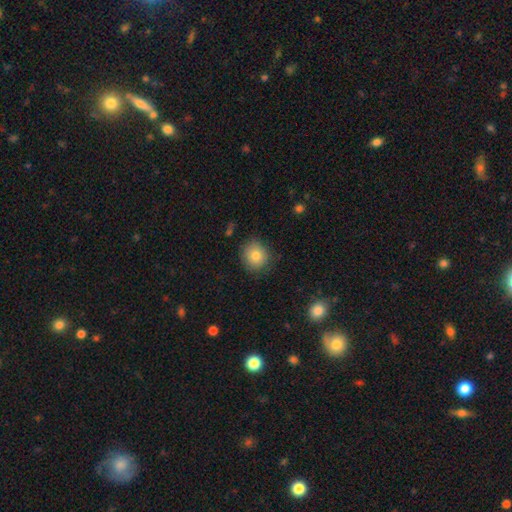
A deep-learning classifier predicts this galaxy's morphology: A smooth galaxy with no disk features (80%) that is round (86%). Merging: none (82%).